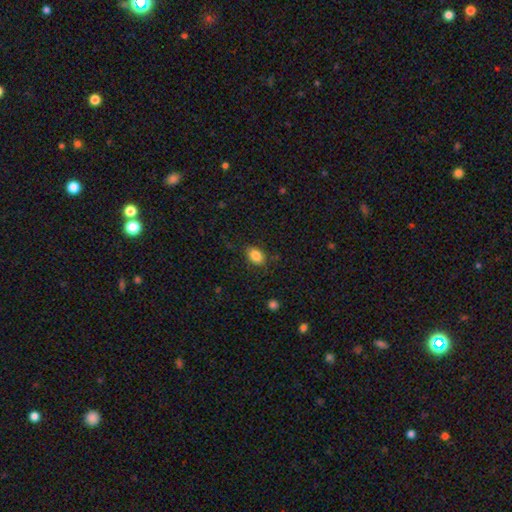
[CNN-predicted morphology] The model was most divided on "how rounded": in between: 74%, round: 24%, cigar-shaped: 1%. More confident: smooth or featured — smooth (86%); merging — none (81%).